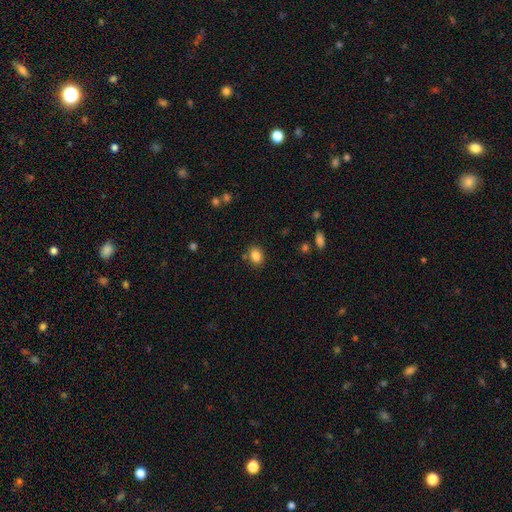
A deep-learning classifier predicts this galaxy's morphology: Smooth or featured: smooth — 84% (star or artifact — 10%)
How rounded: in between — 59% (round — 40%)
Merging: none — 80% (minor disturbance — 11%)